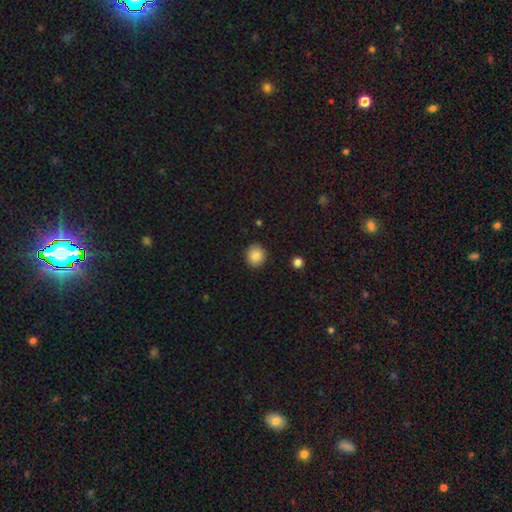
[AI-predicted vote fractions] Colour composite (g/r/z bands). It shows a smooth galaxy with no disk features (86%) that is round (83%). Merging: none (90%).